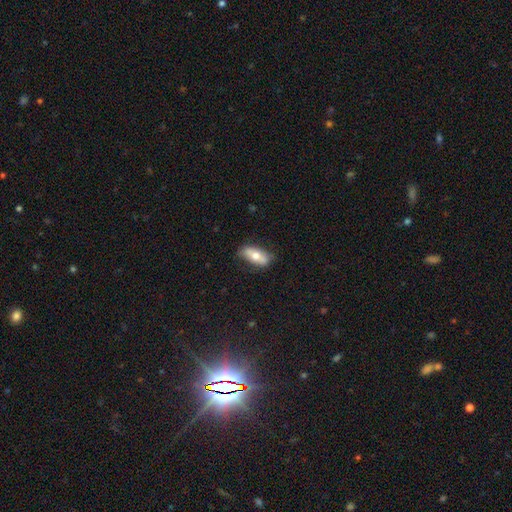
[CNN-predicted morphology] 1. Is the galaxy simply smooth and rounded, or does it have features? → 63% smooth, 30% featured or disk, 6% star or artifact.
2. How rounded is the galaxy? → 78% in between, 18% cigar-shaped, 3% round.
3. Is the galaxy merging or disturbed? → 76% none, 18% minor disturbance, 4% major disturbance, 1% merger.